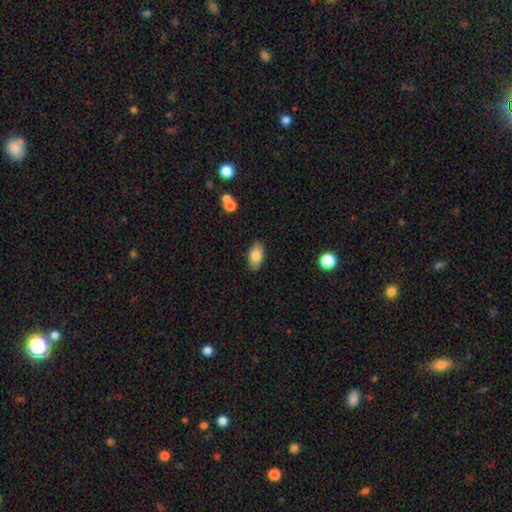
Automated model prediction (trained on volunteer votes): The model was most divided on "smooth or featured": smooth: 80%, featured or disk: 12%, star or artifact: 7%. More confident: how rounded — in between (93%); merging — none (88%).